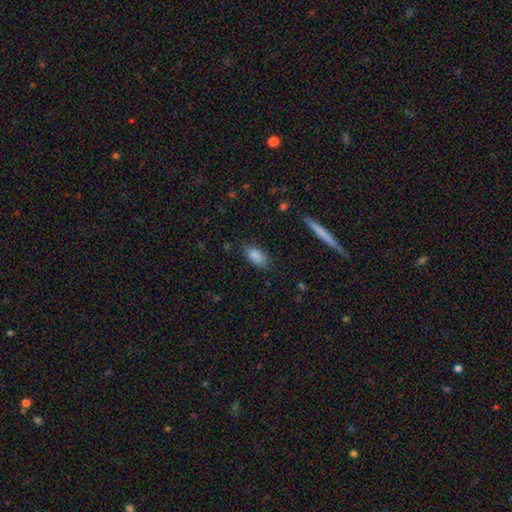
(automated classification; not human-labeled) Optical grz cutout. It shows a smooth galaxy with no disk features (87%) that is in between round and cigar-shaped (89%). Merging: none (81%).